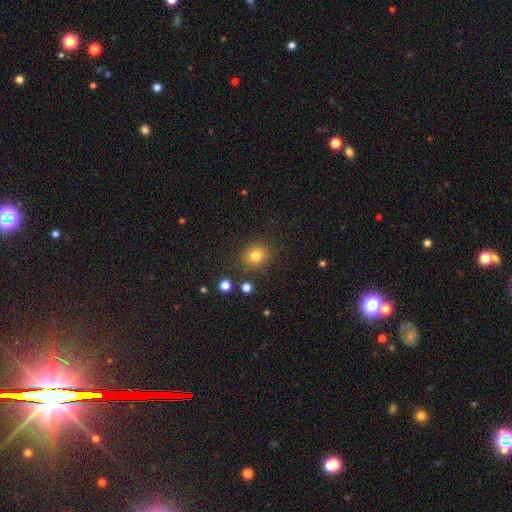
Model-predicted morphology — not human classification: Smooth or featured? Predicted: smooth (p=0.80). How rounded? Predicted: round (p=0.73). Merging? Predicted: none (p=0.84).